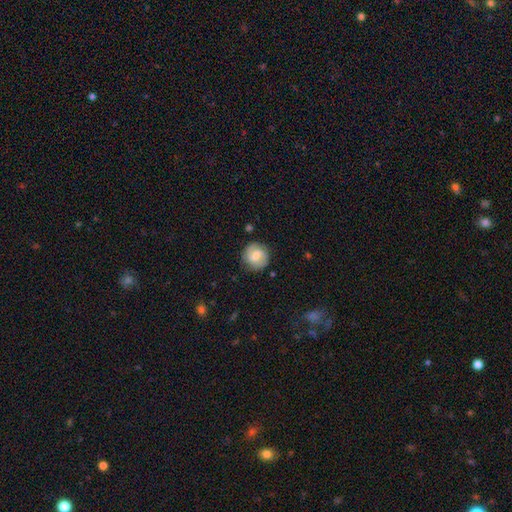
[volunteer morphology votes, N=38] Q: Smooth or featured?
A: featured or disk (63%); runner-up: smooth (32%)
Q: Edge-on disk?
A: no (100%)
Q: Bar?
A: weak (54%); runner-up: no (33%)
Q: Spiral arms?
A: yes (92%); runner-up: no (8%)
Q: Spiral winding?
A: tight (45%); runner-up: medium (36%)
Q: Spiral arm count?
A: 2 (91%); runner-up: 1 (5%)
Q: Bulge size?
A: moderate (54%); runner-up: small (38%)
Q: Merging?
A: none (69%); runner-up: minor disturbance (25%)